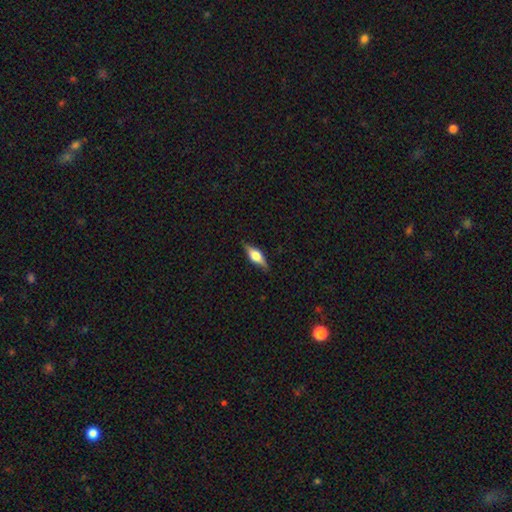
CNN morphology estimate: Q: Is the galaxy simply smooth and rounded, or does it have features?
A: featured or disk — 55%.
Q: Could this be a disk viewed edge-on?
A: yes — 95%.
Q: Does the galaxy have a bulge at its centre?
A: rounded — 89%.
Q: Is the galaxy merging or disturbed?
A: none — 86%.